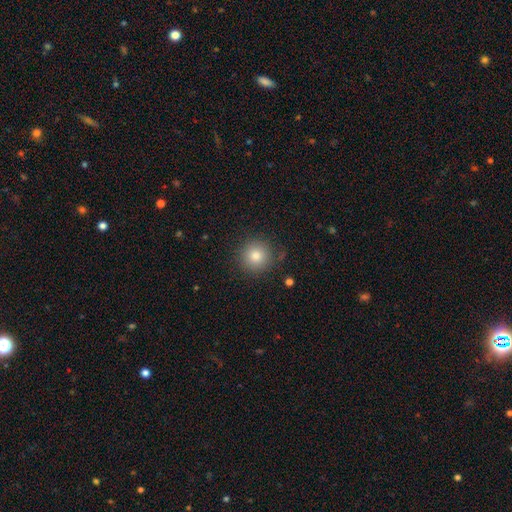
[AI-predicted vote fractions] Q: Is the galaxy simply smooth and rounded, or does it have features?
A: smooth — 81%.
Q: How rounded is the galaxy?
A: round — 94%.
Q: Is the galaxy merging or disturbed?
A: none — 86%.